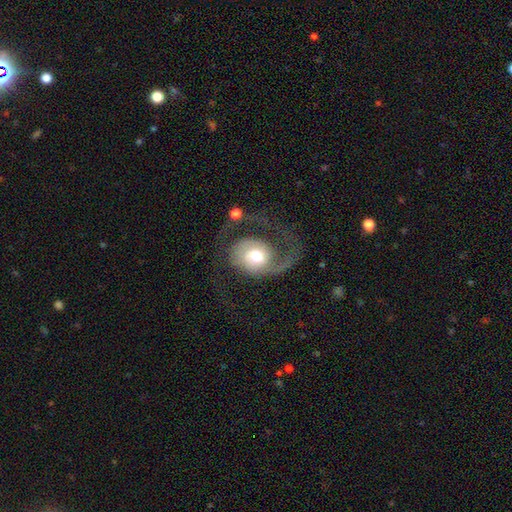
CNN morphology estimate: smooth_or_featured: featured or disk (p=0.69) [alt: smooth p=0.25]
disk_edge_on: no (p=0.97) [alt: yes p=0.03]
bar: no (p=0.68) [alt: weak p=0.26]
has_spiral_arms: yes (p=0.89) [alt: no p=0.11]
spiral_winding: loose (p=0.49) [alt: medium p=0.35]
spiral_arm_count: 1 (p=0.61) [alt: 2 p=0.29]
bulge_size: moderate (p=0.66) [alt: large p=0.17]
merging: major disturbance (p=0.46) [alt: none p=0.36]